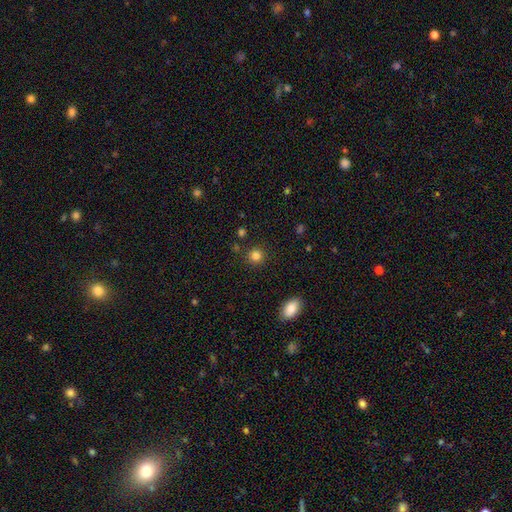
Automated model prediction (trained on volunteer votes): Smooth or featured? Predicted: smooth (p=0.84). How rounded? Predicted: round (p=0.90). Merging? Predicted: none (p=0.87).